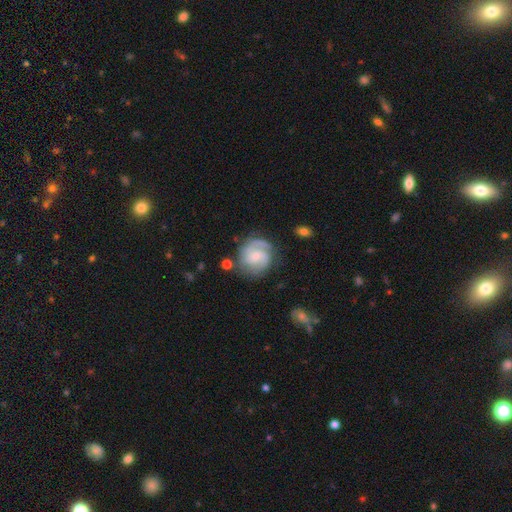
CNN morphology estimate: Q: Smooth or featured?
A: featured or disk (79%); runner-up: smooth (16%)
Q: Edge-on disk?
A: no (98%); runner-up: yes (2%)
Q: Bar?
A: no (50%); runner-up: weak (43%)
Q: Spiral arms?
A: yes (96%); runner-up: no (4%)
Q: Spiral winding?
A: tight (47%); runner-up: medium (42%)
Q: Spiral arm count?
A: 2 (56%); runner-up: 3 (17%)
Q: Bulge size?
A: small (47%); runner-up: moderate (29%)
Q: Merging?
A: none (71%); runner-up: minor disturbance (17%)